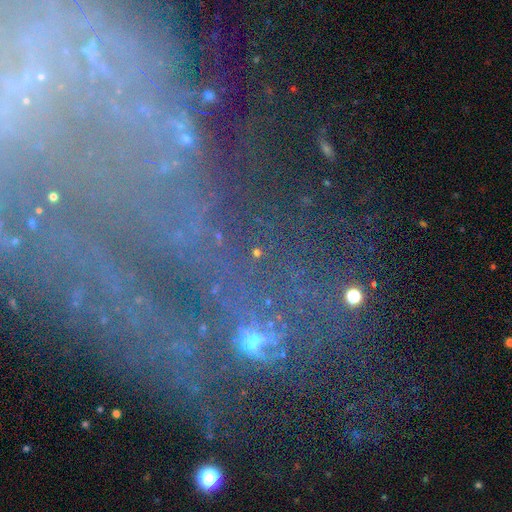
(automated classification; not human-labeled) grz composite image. It shows a star or artifact, not a galaxy (45%).